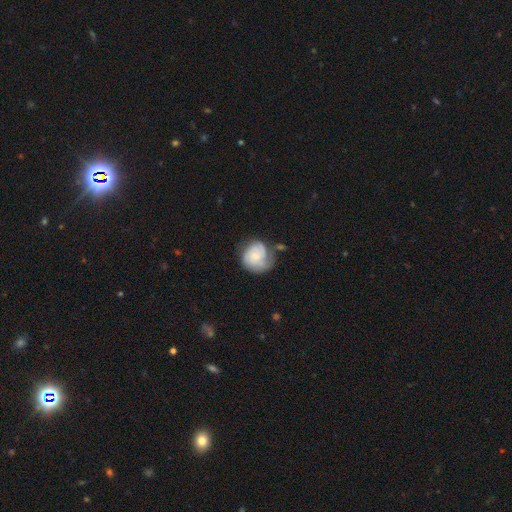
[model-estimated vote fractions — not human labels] Smooth or featured?
  - featured or disk: 56% *
  - smooth: 37%
  - star or artifact: 7%
Edge-on disk?
  - no: 98% *
  - yes: 2%
Bar?
  - no: 74% *
  - weak: 23%
  - strong: 3%
Spiral arms?
  - yes: 85% *
  - no: 15%
Bulge size?
  - small: 59% *
  - moderate: 29%
  - none: 8%
  - large: 3%
  - dominant: 1%
Merging?
  - none: 49% *
  - minor disturbance: 29%
  - major disturbance: 16%
  - merger: 6%